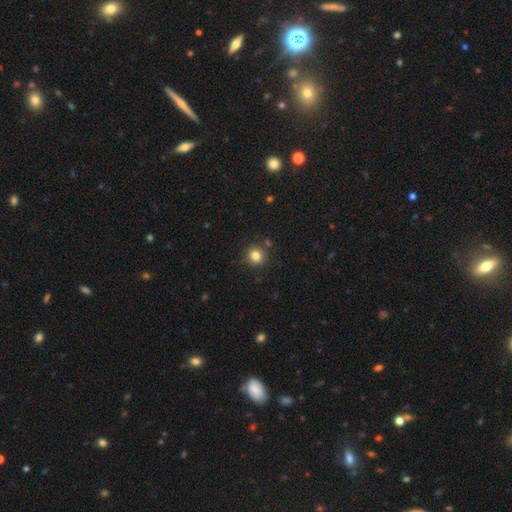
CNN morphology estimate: A smooth galaxy with no disk features (82%) that is round (90%).

Vote fractions:
- Smooth or featured? smooth: 82% / star or artifact: 12% / featured or disk: 6%
- How rounded? round: 90% / in between: 9% / cigar-shaped: 1%
- Merging? none: 85% / minor disturbance: 8% / merger: 5% / major disturbance: 2%